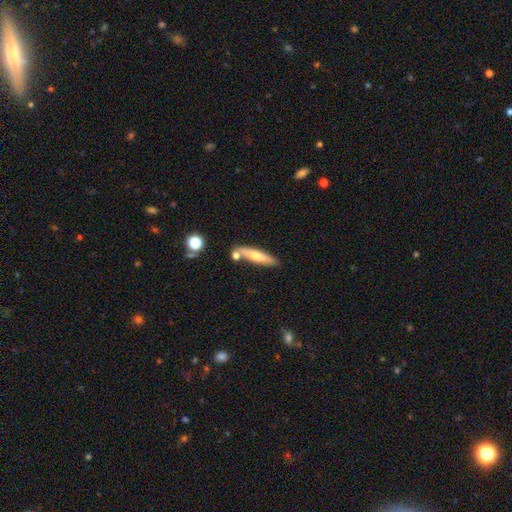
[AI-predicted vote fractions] This appears to be a smooth galaxy with no disk features (62%) that is cigar-shaped (82%). Merging: none (71%).